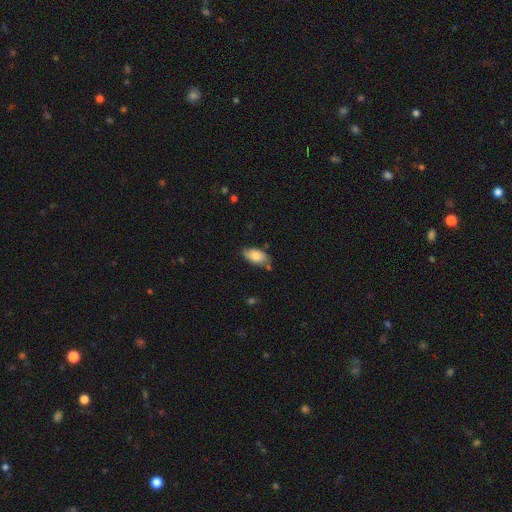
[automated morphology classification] The model was most divided on "merging": none: 69%, minor disturbance: 23%, merger: 4%, major disturbance: 4%. More confident: how rounded — in between (92%); smooth or featured — smooth (77%).